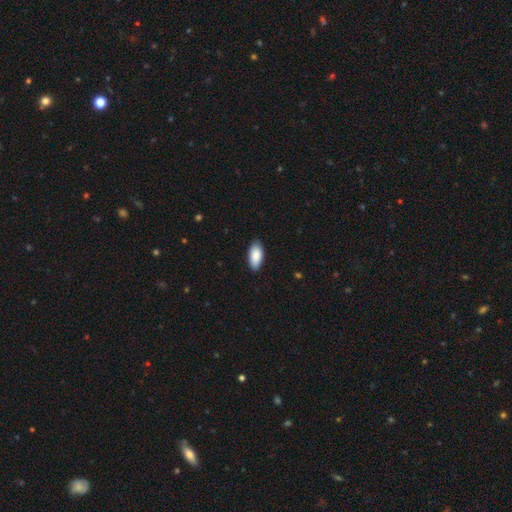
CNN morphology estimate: smooth-or-featured: smooth: 89% | star or artifact: 6% | featured or disk: 5%
  how-rounded: in between: 92% | cigar-shaped: 6% | round: 2%
  merging: none: 87% | minor disturbance: 10% | major disturbance: 2% | merger: 1%